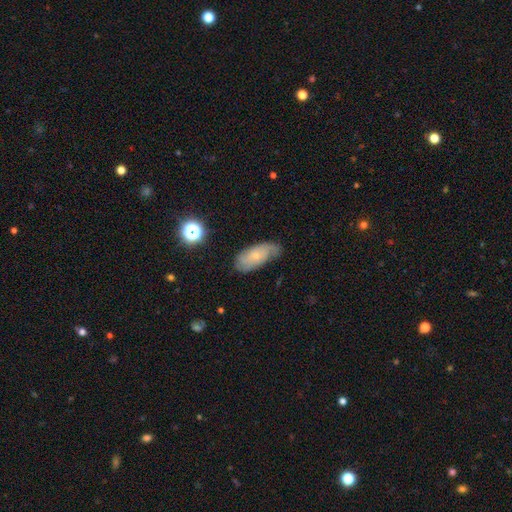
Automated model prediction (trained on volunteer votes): Overall: featured or disk (53%; smooth 38%). Edge-on disk: no (91%). Merging: none (66%).